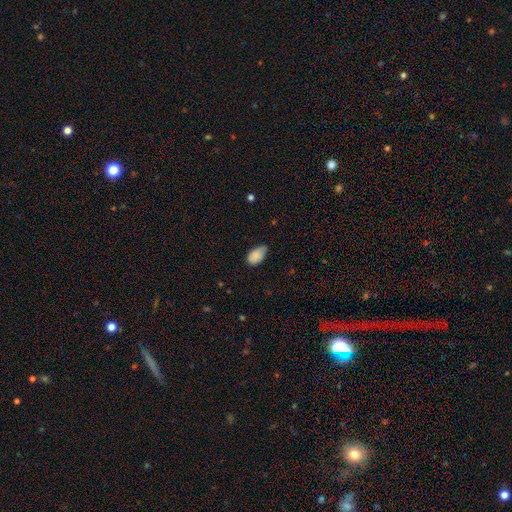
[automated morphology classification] smooth-or-featured: smooth: 87% | star or artifact: 8% | featured or disk: 5%
  how-rounded: in between: 91% | round: 7% | cigar-shaped: 1%
  merging: none: 46% | minor disturbance: 44% | major disturbance: 8% | merger: 2%